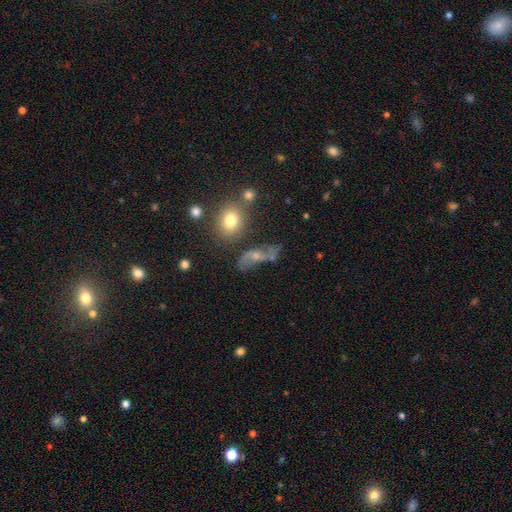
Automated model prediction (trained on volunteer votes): The model was most divided on "smooth or featured": featured or disk: 54%, smooth: 27%, star or artifact: 19%. Remaining: edge-on disk — no (88%); merging — none (50%).